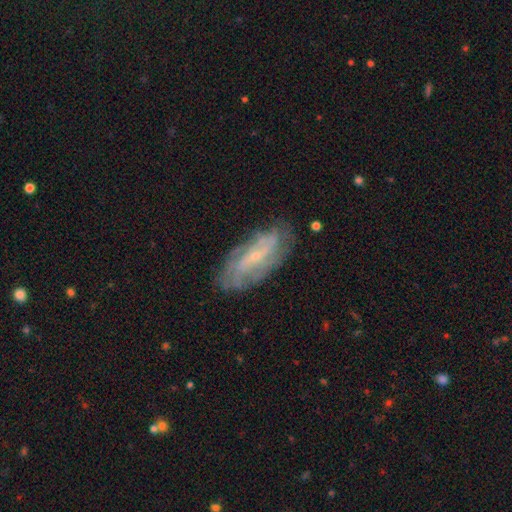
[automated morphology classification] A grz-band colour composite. It shows a featured or disk galaxy (74%) with no bar (51%), tight (44%) spiral arms (85%) and a small central bulge (79%). Merging: none (77%).